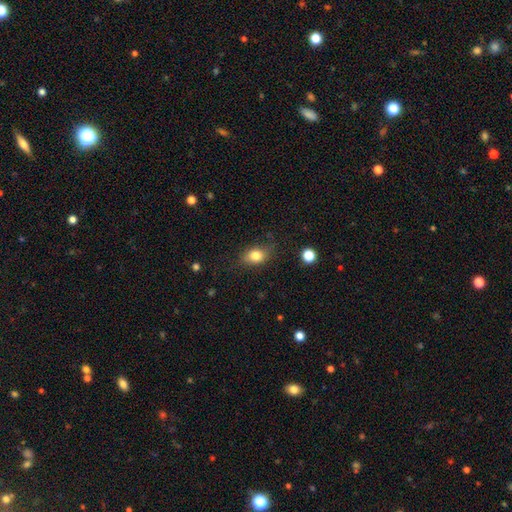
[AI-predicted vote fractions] This appears to be a smooth galaxy with no disk features (80%) that is in between round and cigar-shaped (74%). Merging: none (76%).